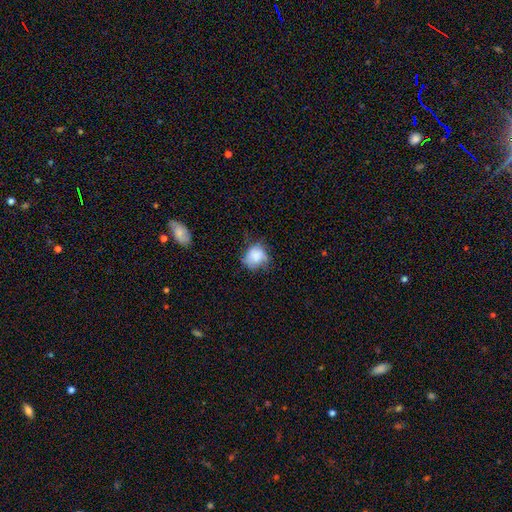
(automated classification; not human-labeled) Overall: smooth (77%). How rounded: round (67%; in between 32%). Merging: none (51%; minor disturbance 33%).